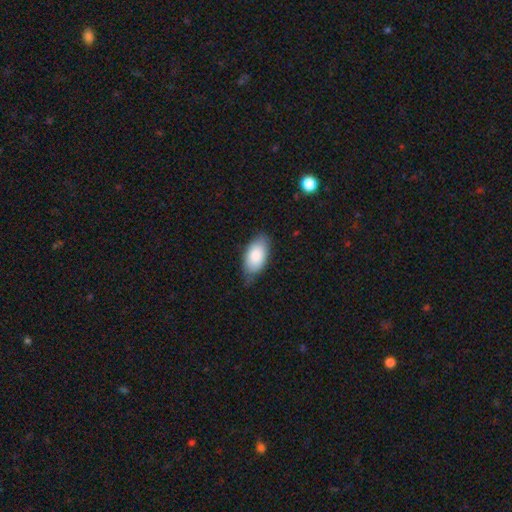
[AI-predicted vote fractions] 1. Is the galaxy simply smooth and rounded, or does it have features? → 85% smooth, 9% featured or disk, 6% star or artifact.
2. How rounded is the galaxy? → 94% in between, 3% cigar-shaped, 3% round.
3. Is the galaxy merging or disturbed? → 69% none, 25% minor disturbance, 4% major disturbance, 1% merger.